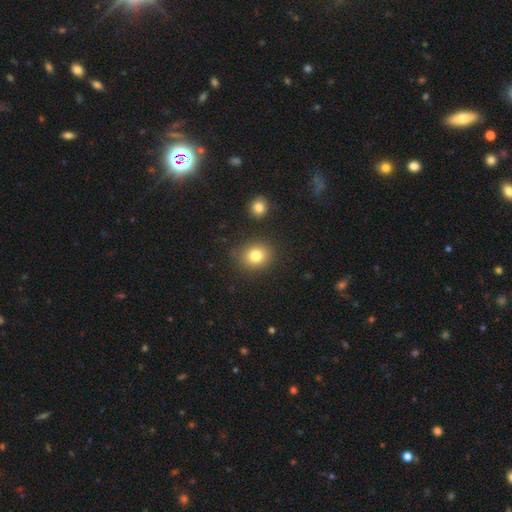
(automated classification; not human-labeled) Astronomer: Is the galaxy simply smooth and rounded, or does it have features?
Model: smooth — 81%.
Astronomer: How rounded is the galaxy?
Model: round — 72%.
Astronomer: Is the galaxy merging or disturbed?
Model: none — 83%.